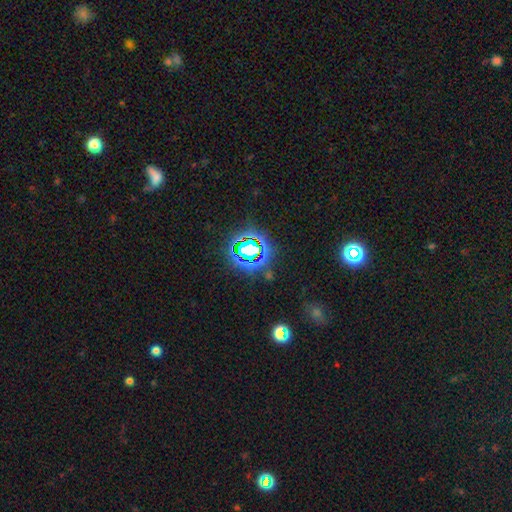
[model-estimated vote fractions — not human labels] Smooth or featured: star or artifact — 78% (smooth — 13%)